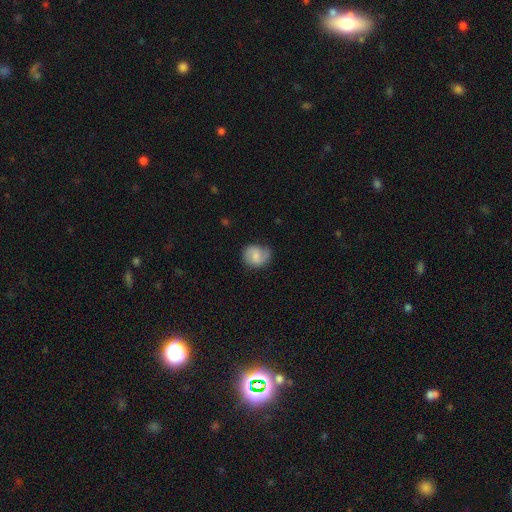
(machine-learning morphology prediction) Smooth or featured?
  - smooth: 54% *
  - featured or disk: 39%
  - star or artifact: 8%
How rounded?
  - round: 69% *
  - in between: 30%
  - cigar-shaped: 1%
Merging?
  - none: 66% *
  - minor disturbance: 25%
  - major disturbance: 8%
  - merger: 1%